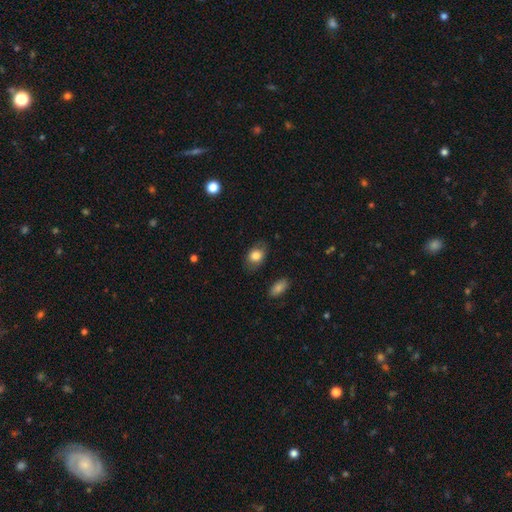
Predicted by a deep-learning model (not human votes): smooth-or-featured: smooth: 80% | featured or disk: 12% | star or artifact: 7%
  how-rounded: in between: 78% | round: 21% | cigar-shaped: 1%
  merging: none: 79% | minor disturbance: 15% | major disturbance: 4% | merger: 1%